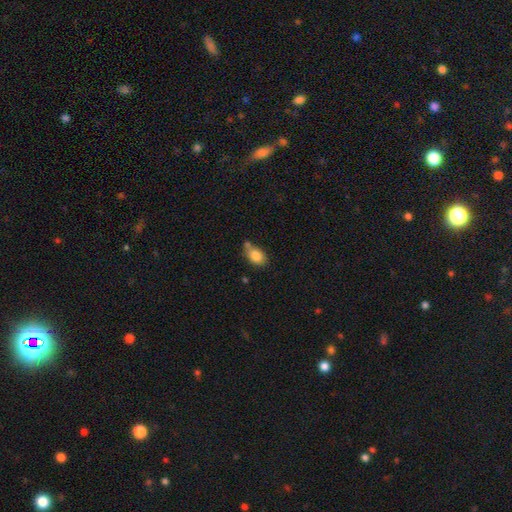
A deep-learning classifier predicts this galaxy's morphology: Smooth or featured? smooth (83%)
How rounded? in between (83%)
Merging? none (51%)